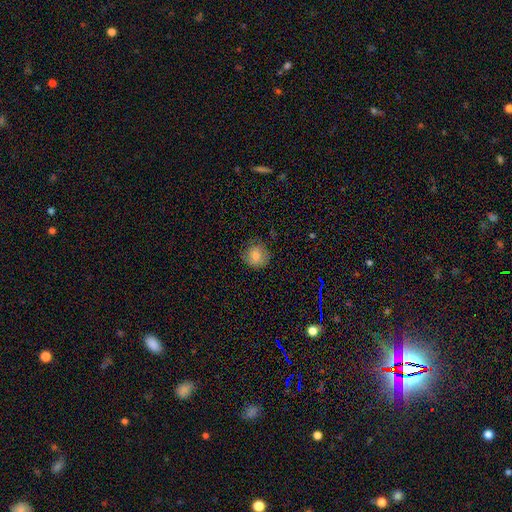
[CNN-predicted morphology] This is likely a smooth galaxy (79%). How rounded: clearly round (89%). Merging: likely none (78%).